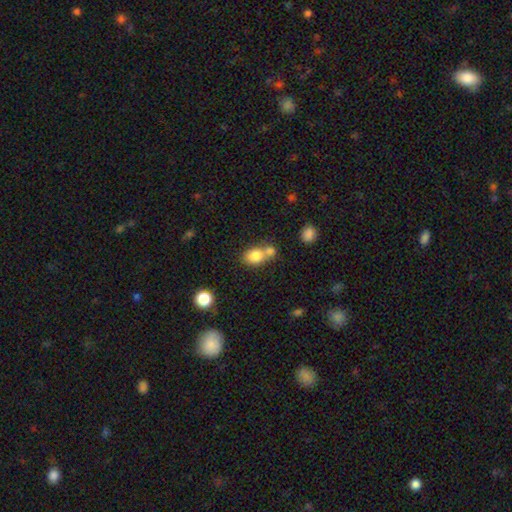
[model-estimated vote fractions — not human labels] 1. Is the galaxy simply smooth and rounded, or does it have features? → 80% smooth, 10% featured or disk, 9% star or artifact.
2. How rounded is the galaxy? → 63% in between, 36% round, 2% cigar-shaped.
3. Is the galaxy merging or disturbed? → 49% merger, 37% none, 10% minor disturbance, 4% major disturbance.